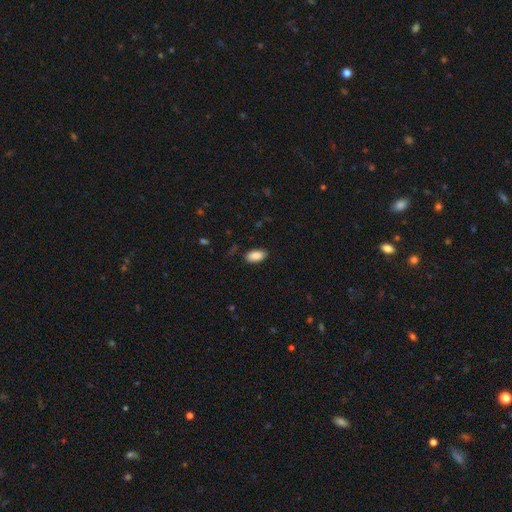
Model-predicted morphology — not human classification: Smooth or featured: smooth — 89% (star or artifact — 7%)
How rounded: in between — 93% (cigar-shaped — 4%)
Merging: none — 86% (minor disturbance — 11%)